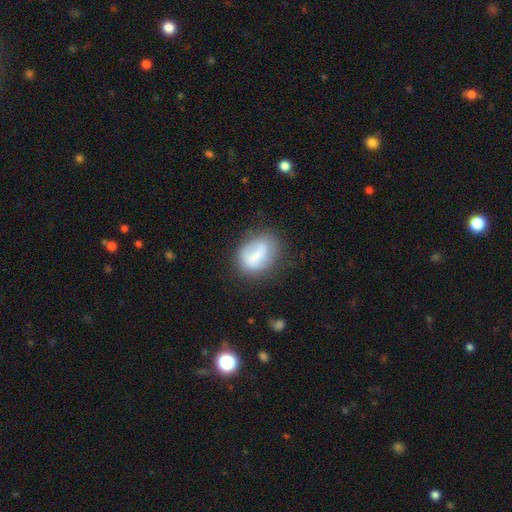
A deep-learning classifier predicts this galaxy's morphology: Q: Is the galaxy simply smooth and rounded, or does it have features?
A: smooth — 60%.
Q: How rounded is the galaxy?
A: in between — 64%.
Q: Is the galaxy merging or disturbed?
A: none — 60%.